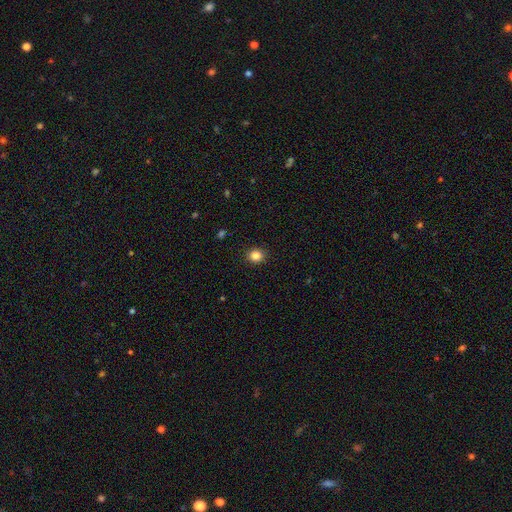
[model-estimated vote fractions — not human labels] Smooth or featured: smooth — 84% (star or artifact — 11%)
How rounded: round — 77% (in between — 22%)
Merging: none — 92% (minor disturbance — 6%)